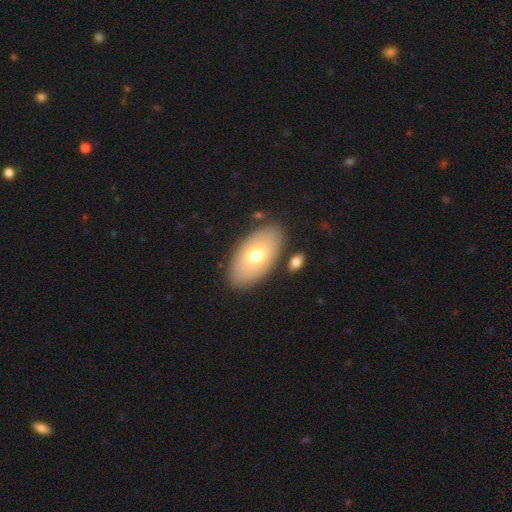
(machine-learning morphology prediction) smooth_or_featured: smooth (p=0.66) [alt: featured or disk p=0.28]
how_rounded: in between (p=0.94) [alt: round p=0.03]
merging: none (p=0.83) [alt: minor disturbance p=0.10]